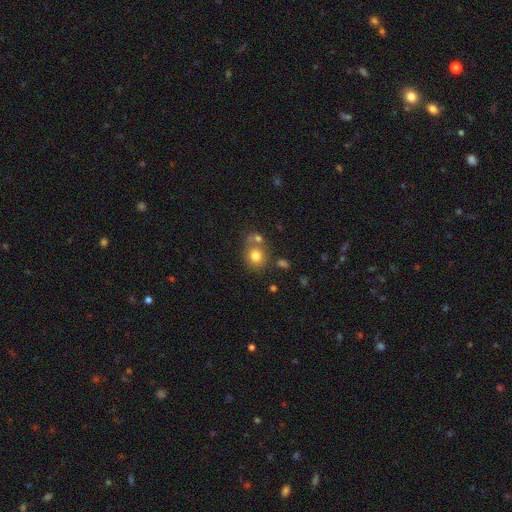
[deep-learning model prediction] smooth_or_featured: smooth (p=0.78) [alt: star or artifact p=0.11]
how_rounded: round (p=0.76) [alt: in between p=0.23]
merging: none (p=0.56) [alt: merger p=0.28]